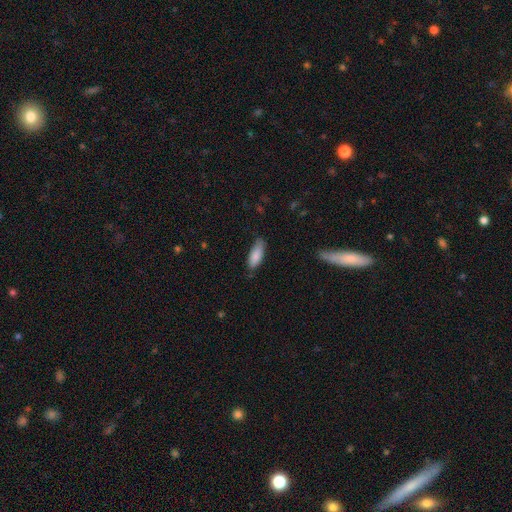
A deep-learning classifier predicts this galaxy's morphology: Smooth or featured? smooth (87%)
How rounded? in between (75%)
Merging? none (70%)